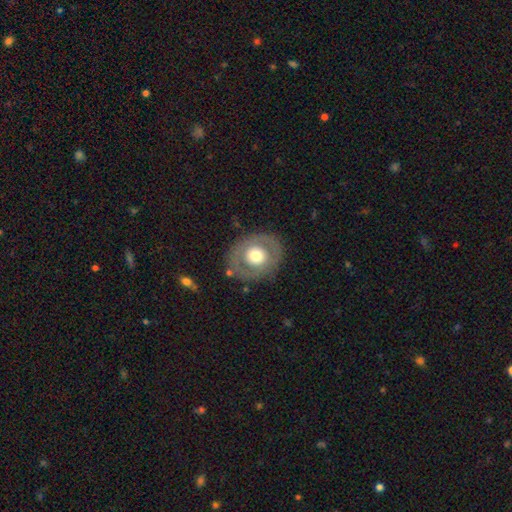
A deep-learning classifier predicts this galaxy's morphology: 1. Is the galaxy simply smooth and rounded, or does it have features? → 49% smooth, 45% featured or disk, 6% star or artifact.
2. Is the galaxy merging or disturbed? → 79% none, 12% minor disturbance, 7% major disturbance, 2% merger.